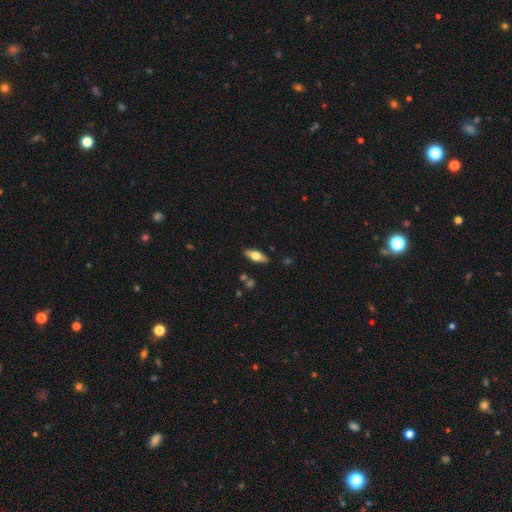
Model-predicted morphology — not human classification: Q: Smooth or featured?
A: smooth (61%); runner-up: featured or disk (33%)
Q: How rounded?
A: in between (76%); runner-up: cigar-shaped (21%)
Q: Merging?
A: none (86%); runner-up: minor disturbance (10%)